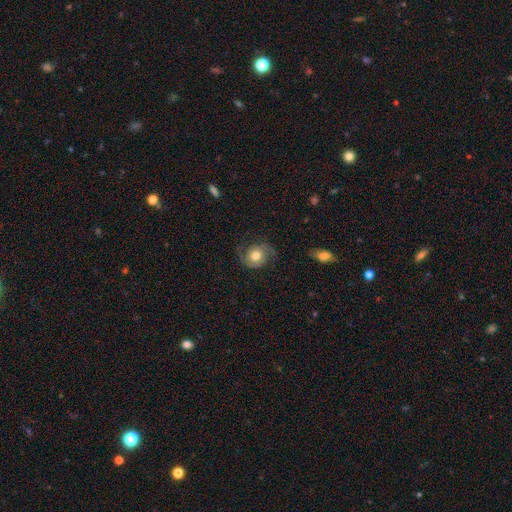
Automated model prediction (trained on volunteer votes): smooth-or-featured: featured or disk: 66% | smooth: 26% | star or artifact: 8%
  disk-edge-on: no: 97% | yes: 3%
    bar: no: 77% | weak: 19% | strong: 4%
    has-spiral-arms: yes: 92% | no: 8%
      spiral-winding: medium: 45% | tight: 28% | loose: 27%
      spiral-arm-count: 2: 90% | can't tell: 4% | 1: 3% | 3: 1% | 4: 1% | more than 4: 1%
    bulge-size: moderate: 66% | large: 22% | small: 9% | dominant: 2% | none: 1%
  merging: none: 74% | minor disturbance: 16% | major disturbance: 9% | merger: 1%